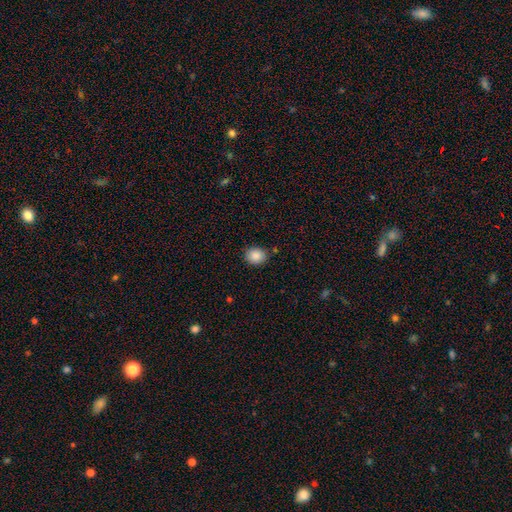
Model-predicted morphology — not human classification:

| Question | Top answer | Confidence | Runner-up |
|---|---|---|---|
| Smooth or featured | smooth | 88% | star or artifact (9%) |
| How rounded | round | 64% | in between (35%) |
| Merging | none | 84% | minor disturbance (11%) |